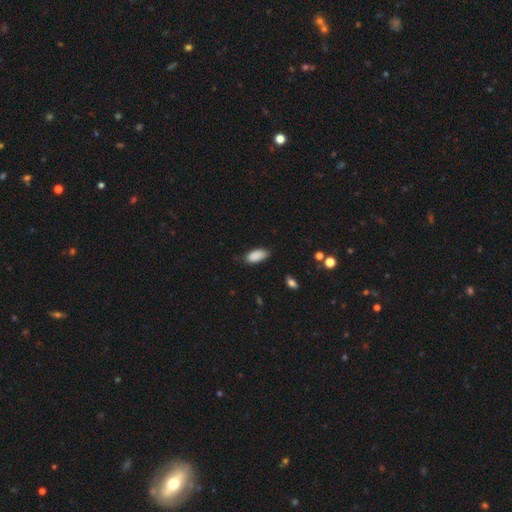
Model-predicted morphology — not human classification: Smooth or featured: smooth — 89% (star or artifact — 7%)
How rounded: in between — 90% (cigar-shaped — 8%)
Merging: none — 74% (minor disturbance — 22%)